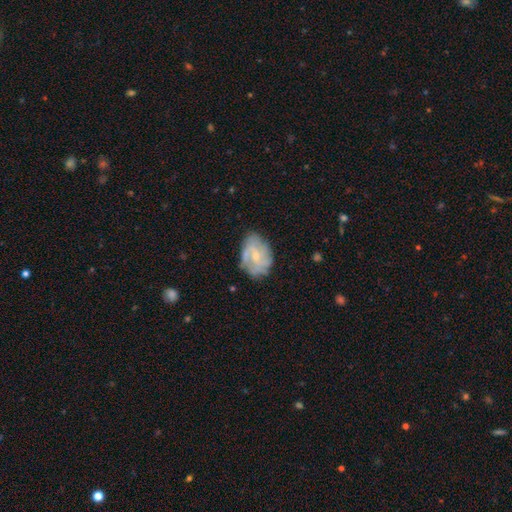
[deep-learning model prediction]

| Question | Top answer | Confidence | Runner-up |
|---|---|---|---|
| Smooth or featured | featured or disk | 63% | smooth (30%) |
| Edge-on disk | no | 97% | yes (3%) |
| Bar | no | 54% | weak (40%) |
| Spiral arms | yes | 78% | no (22%) |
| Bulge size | small | 64% | moderate (29%) |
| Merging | none | 64% | minor disturbance (25%) |